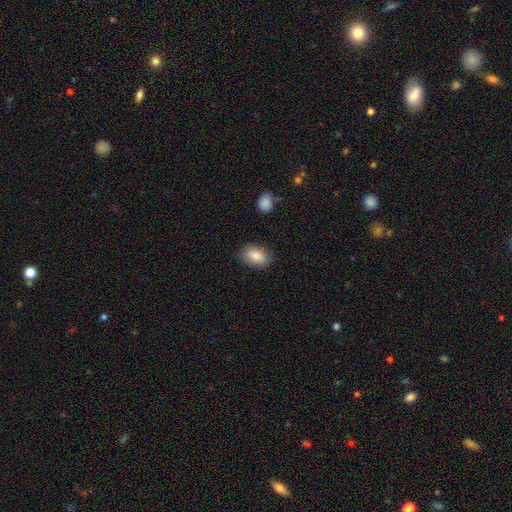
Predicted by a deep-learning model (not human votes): Smooth or featured? Predicted: smooth (p=0.86). How rounded? Predicted: in between (p=0.89). Merging? Predicted: none (p=0.83).